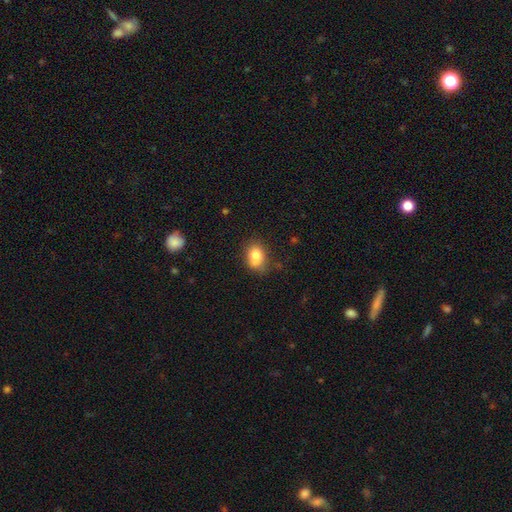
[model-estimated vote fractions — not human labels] Smooth or featured? Predicted: smooth (p=0.80). How rounded? Predicted: in between (p=0.70). Merging? Predicted: none (p=0.62).